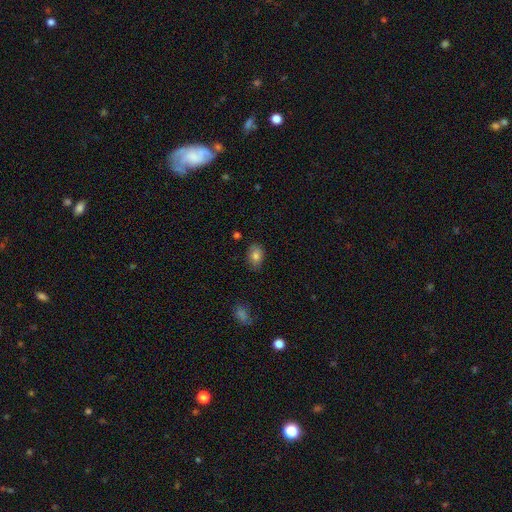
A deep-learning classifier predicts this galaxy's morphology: This appears to be a smooth galaxy with no disk features (81%) that is in between round and cigar-shaped (79%). Merging: none (82%).